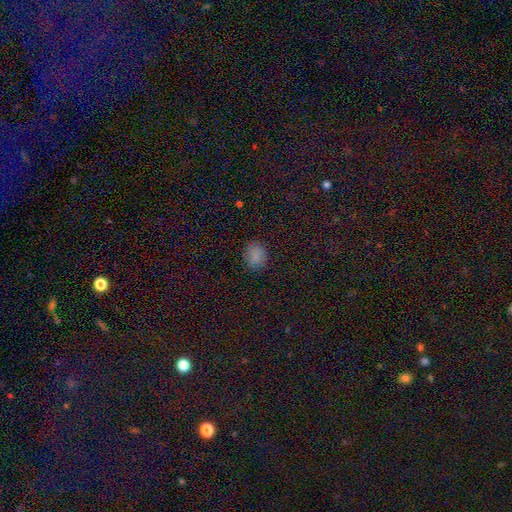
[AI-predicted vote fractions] Q: Smooth or featured?
A: smooth (84%); runner-up: star or artifact (12%)
Q: How rounded?
A: round (57%); runner-up: in between (41%)
Q: Merging?
A: none (87%); runner-up: minor disturbance (10%)